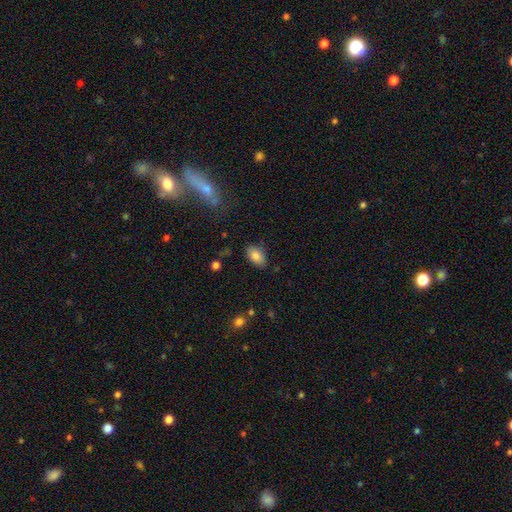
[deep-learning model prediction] The model was most divided on "merging": none: 79%, minor disturbance: 16%, major disturbance: 3%, merger: 2%. More confident: how rounded — in between (90%); smooth or featured — smooth (84%).